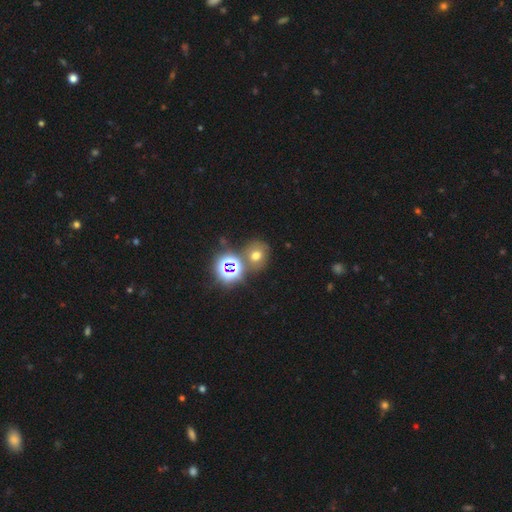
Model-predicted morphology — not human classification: This is possibly a smooth galaxy (53%). How rounded: likely round (73%). Merging: likely none (66%).